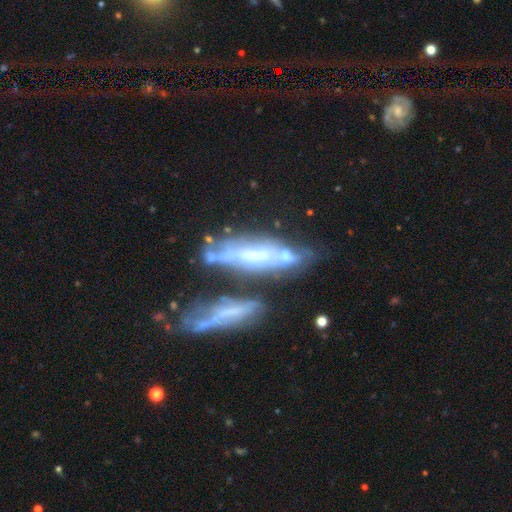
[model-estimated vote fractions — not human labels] Q: Smooth or featured?
A: featured or disk (66%); runner-up: smooth (24%)
Q: Edge-on disk?
A: no (56%); runner-up: yes (44%)
Q: Merging?
A: merger (35%); runner-up: none (33%)